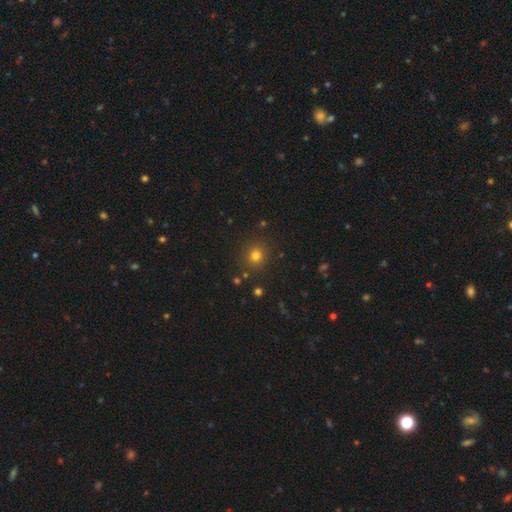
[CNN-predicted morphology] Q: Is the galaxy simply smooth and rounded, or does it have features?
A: smooth — 77%.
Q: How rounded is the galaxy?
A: round — 88%.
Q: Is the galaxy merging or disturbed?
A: none — 87%.